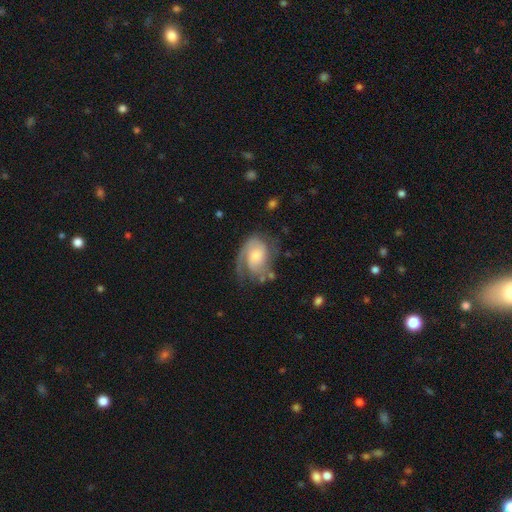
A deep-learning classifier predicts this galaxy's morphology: Smooth or featured: featured or disk — 77% (smooth — 18%)
Edge-on disk: no — 97% (yes — 3%)
Bar: no — 67% (weak — 28%)
Spiral arms: yes — 93% (no — 7%)
Spiral winding: medium — 41% (tight — 39%)
Spiral arm count: 2 — 45% (1 — 35%)
Bulge size: small — 44% (moderate — 43%)
Merging: none — 52% (minor disturbance — 24%)